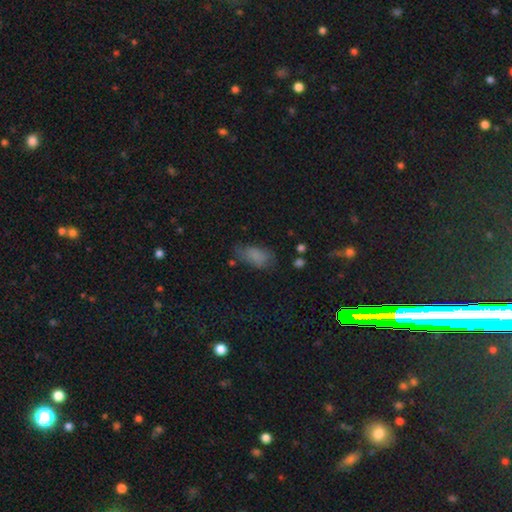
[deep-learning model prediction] smooth 78%, star or artifact 12%, featured or disk 10%. Down the decision tree: how rounded — in between (89%); merging — none (60%).